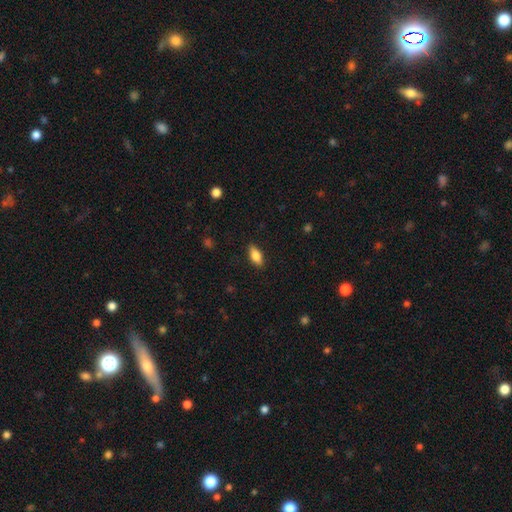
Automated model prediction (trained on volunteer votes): Overall: smooth (76%). How rounded: in between (81%). Merging: none (88%).